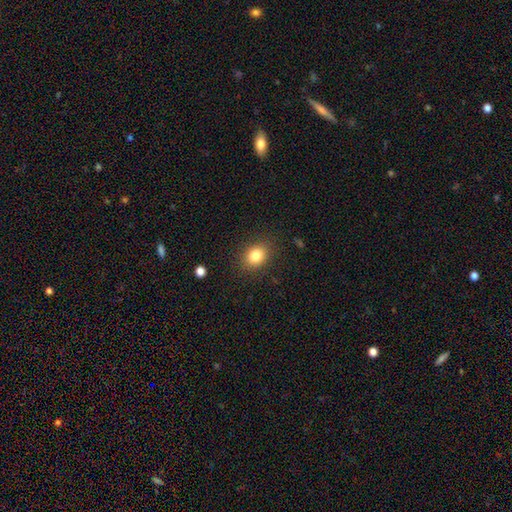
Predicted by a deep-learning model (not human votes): A smooth galaxy with no disk features (82%) that is round (51%).

Vote fractions:
- Smooth or featured? smooth: 82% / star or artifact: 11% / featured or disk: 7%
- How rounded? round: 51% / in between: 48% / cigar-shaped: 1%
- Merging? none: 86% / minor disturbance: 10% / major disturbance: 3% / merger: 1%